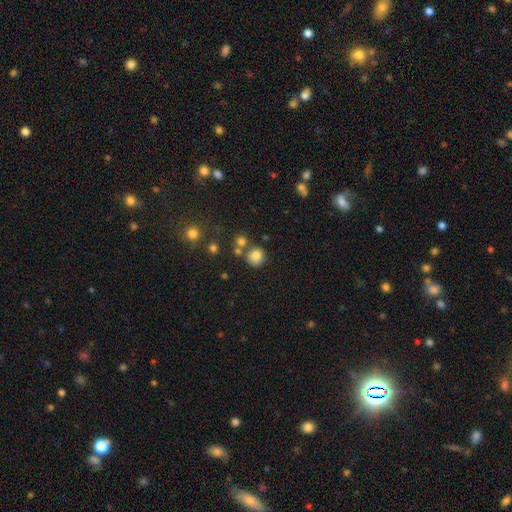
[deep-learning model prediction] smooth_or_featured: smooth (p=0.81) [alt: star or artifact p=0.12]
how_rounded: round (p=0.84) [alt: in between p=0.15]
merging: none (p=0.66) [alt: merger p=0.17]